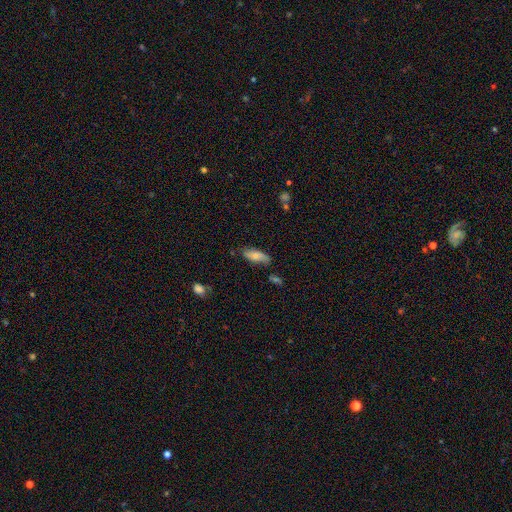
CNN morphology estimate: smooth 68%, featured or disk 24%, star or artifact 7%. Down the decision tree: how rounded — in between (73%); merging — none (71%).